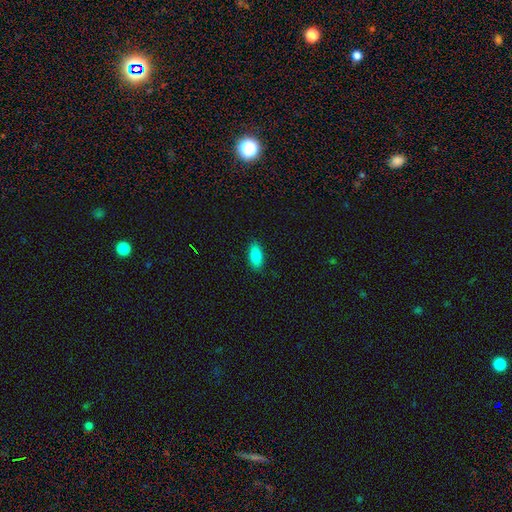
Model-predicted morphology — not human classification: The model was most divided on "how rounded": in between: 84%, cigar-shaped: 14%, round: 3%. More confident: merging — none (89%); smooth or featured — smooth (84%).